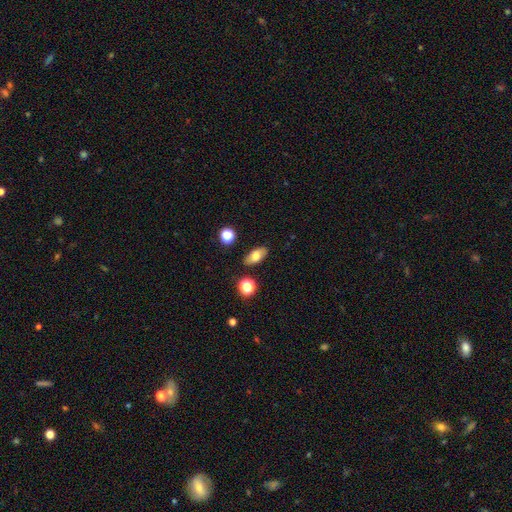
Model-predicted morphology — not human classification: Smooth or featured?
  - smooth: 72% *
  - featured or disk: 19%
  - star or artifact: 9%
How rounded?
  - in between: 85% *
  - round: 7%
  - cigar-shaped: 7%
Merging?
  - none: 86% *
  - minor disturbance: 10%
  - merger: 2%
  - major disturbance: 2%